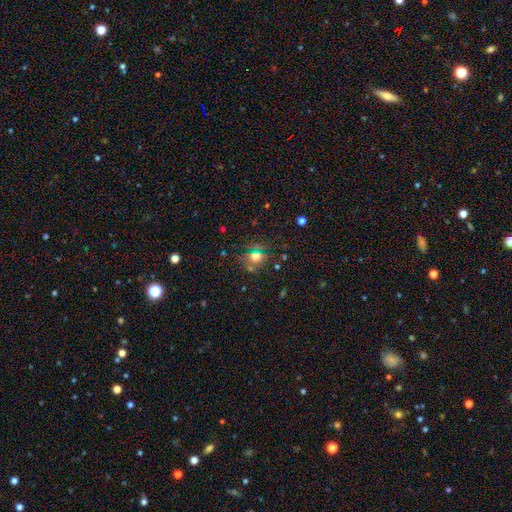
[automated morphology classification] Smooth or featured? Predicted: smooth (p=0.54). How rounded? Predicted: round (p=0.75). Merging? Predicted: none (p=0.73).